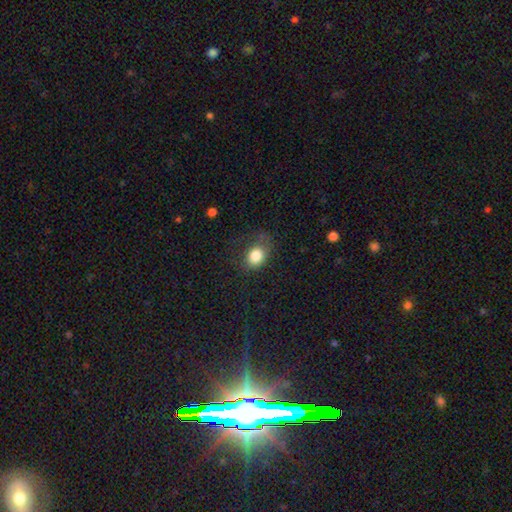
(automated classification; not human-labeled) The model was most divided on "how rounded": in between: 55%, round: 44%, cigar-shaped: 1%. More confident: smooth or featured — smooth (83%); merging — none (52%).